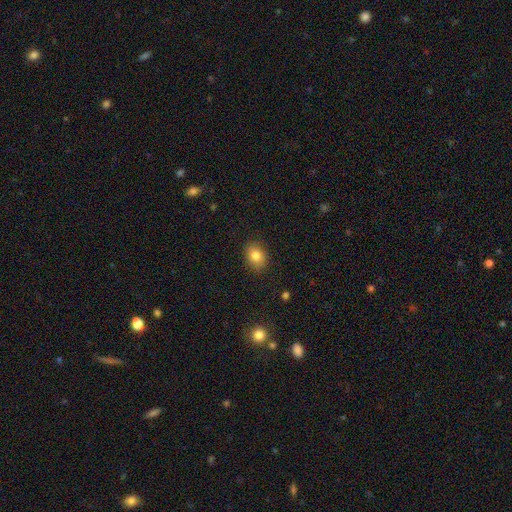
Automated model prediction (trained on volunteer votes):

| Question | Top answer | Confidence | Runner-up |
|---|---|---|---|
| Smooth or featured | smooth | 82% | star or artifact (10%) |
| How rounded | in between | 56% | round (43%) |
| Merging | none | 86% | minor disturbance (10%) |